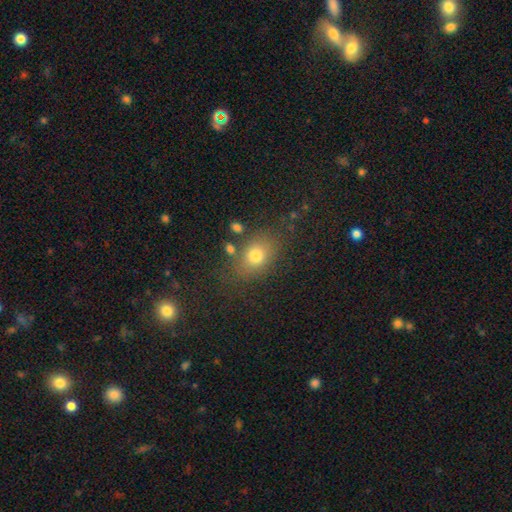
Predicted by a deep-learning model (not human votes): smooth_or_featured: smooth (p=0.75) [alt: star or artifact p=0.14]
how_rounded: in between (p=0.66) [alt: round p=0.32]
merging: none (p=0.73) [alt: minor disturbance p=0.15]